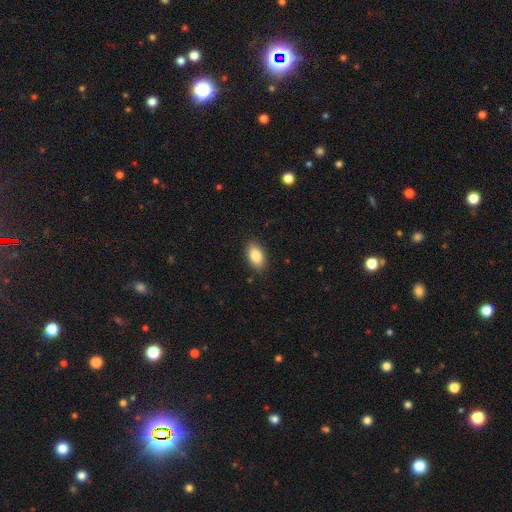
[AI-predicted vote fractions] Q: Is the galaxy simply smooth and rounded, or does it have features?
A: smooth — 84%.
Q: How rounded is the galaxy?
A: in between — 91%.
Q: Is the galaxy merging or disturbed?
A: none — 88%.